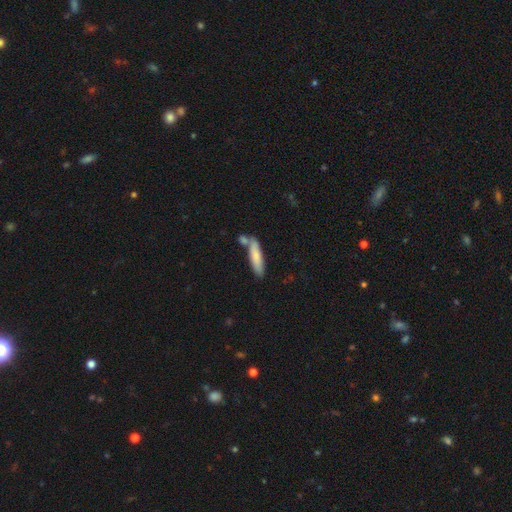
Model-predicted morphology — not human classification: This appears to be a smooth galaxy with no disk features (77%) that is cigar-shaped (74%). Merging: none (58%).